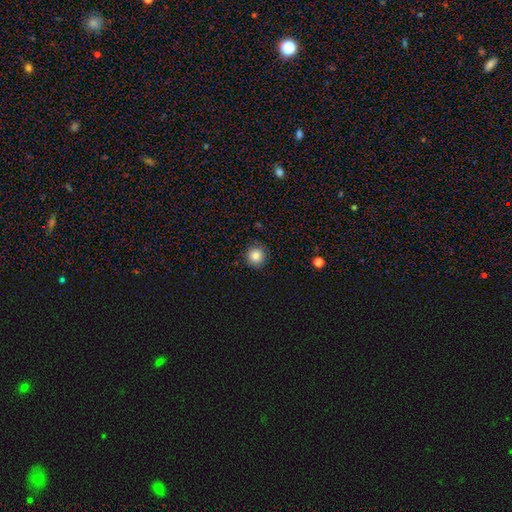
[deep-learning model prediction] A smooth galaxy with no disk features (82%) that is round (94%). Merging: none (87%).